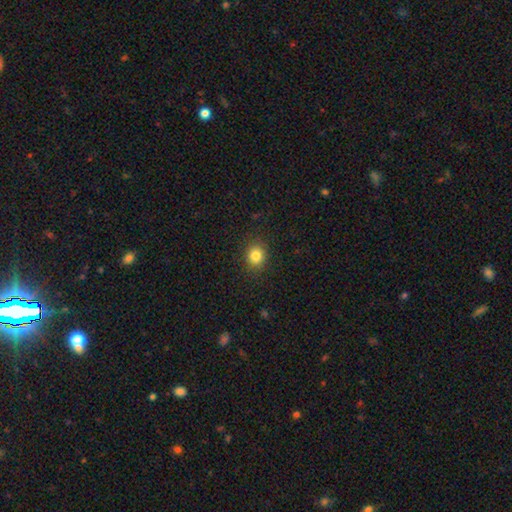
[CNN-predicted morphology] A smooth galaxy with no disk features (83%) that is round (68%). Merging: none (88%).